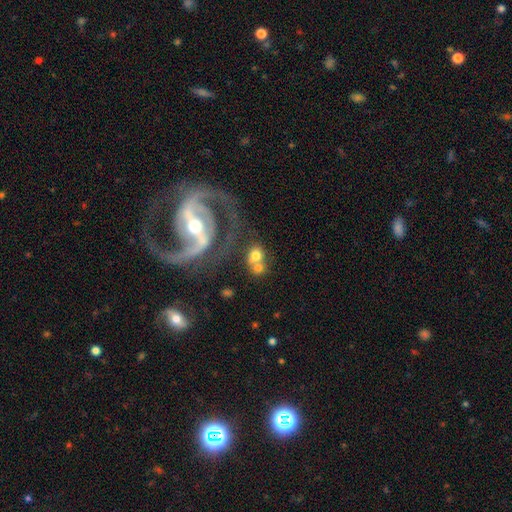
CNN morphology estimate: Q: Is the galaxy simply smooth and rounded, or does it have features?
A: smooth — 54%.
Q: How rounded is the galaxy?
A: round — 67%.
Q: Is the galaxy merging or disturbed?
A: merger — 47%.